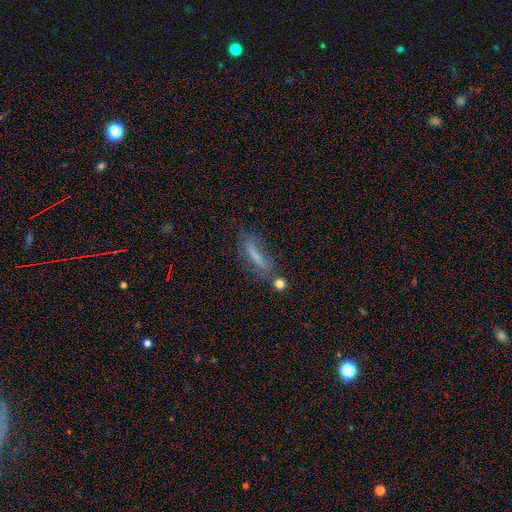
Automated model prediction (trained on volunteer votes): This is possibly a smooth galaxy (54%). How rounded: likely cigar-shaped (70%). Merging: possibly none (58%).